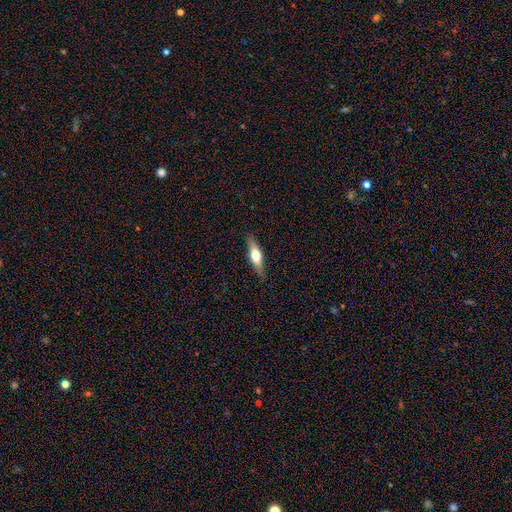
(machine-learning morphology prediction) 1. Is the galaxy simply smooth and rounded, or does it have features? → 52% featured or disk, 41% smooth, 6% star or artifact.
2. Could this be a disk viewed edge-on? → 92% yes, 8% no.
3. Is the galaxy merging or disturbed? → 86% none, 11% minor disturbance, 2% major disturbance, 1% merger.